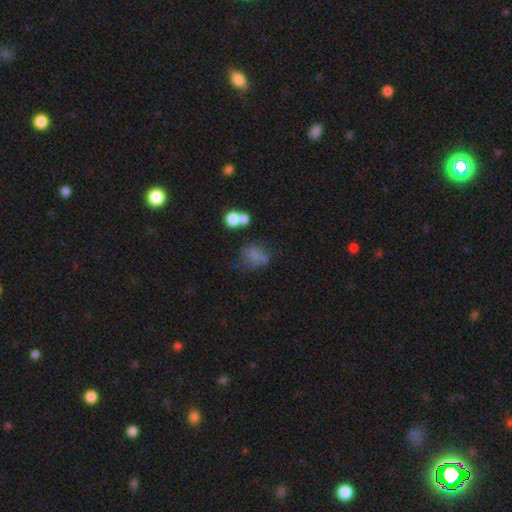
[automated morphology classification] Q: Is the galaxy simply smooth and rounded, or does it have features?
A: smooth — 63%.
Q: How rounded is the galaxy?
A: in between — 53%.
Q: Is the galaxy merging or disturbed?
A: none — 36%.